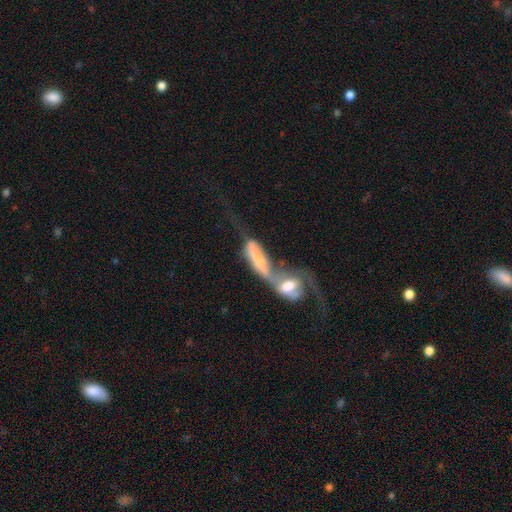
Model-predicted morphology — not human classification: Smooth or featured: featured or disk — 50% (smooth — 42%)
Edge-on disk: no — 83% (yes — 17%)
Merging: merger — 79% (major disturbance — 11%)